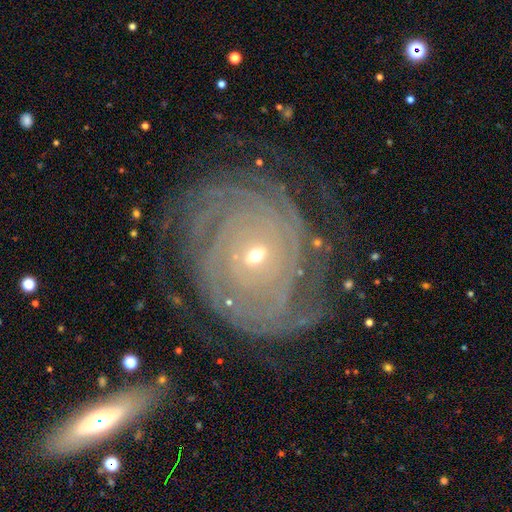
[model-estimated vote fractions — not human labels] Smooth or featured? Predicted: featured or disk (p=0.89). Edge-on disk? Predicted: no (p=0.96). Bar? Predicted: no (p=0.75). Spiral arms? Predicted: yes (p=0.97). Spiral winding? Predicted: tight (p=0.86). Spiral arm count? Predicted: can't tell (p=0.30). Bulge size? Predicted: small (p=0.70). Merging? Predicted: none (p=0.74).